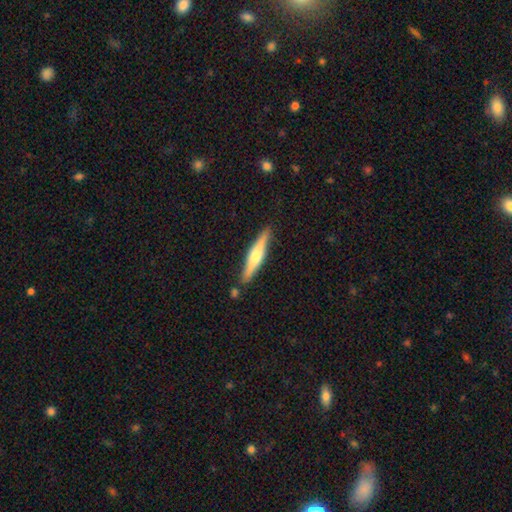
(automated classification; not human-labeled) This appears to be a featured or disk galaxy (53%) viewed edge-on (96%) with a rounded central bulge (82%). Merging: none (83%).